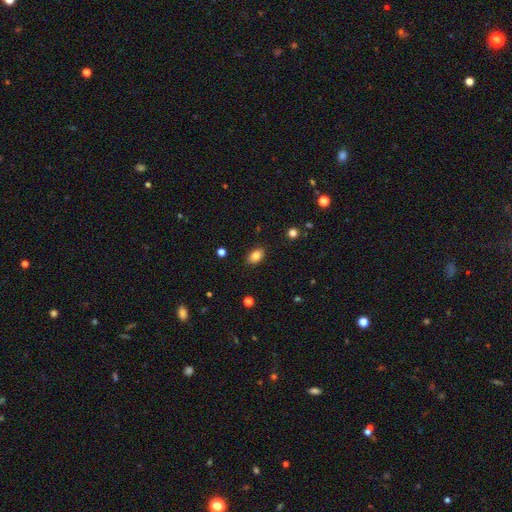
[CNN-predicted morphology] Smooth or featured?
  - smooth: 84% *
  - star or artifact: 9%
  - featured or disk: 7%
How rounded?
  - in between: 87% *
  - round: 12%
  - cigar-shaped: 2%
Merging?
  - none: 87% *
  - minor disturbance: 10%
  - major disturbance: 2%
  - merger: 1%